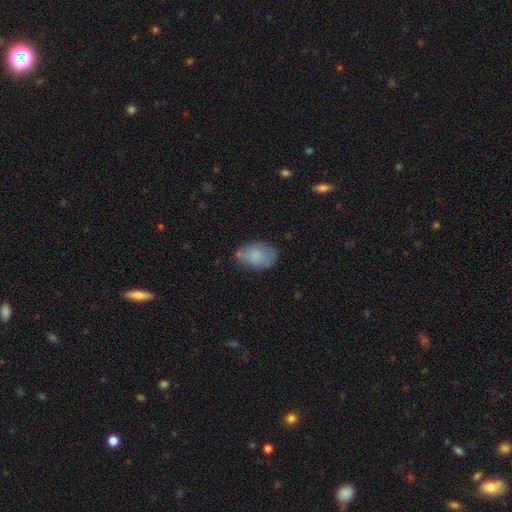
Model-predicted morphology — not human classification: Overall: smooth (80%). How rounded: in between (88%). Merging: none (65%).